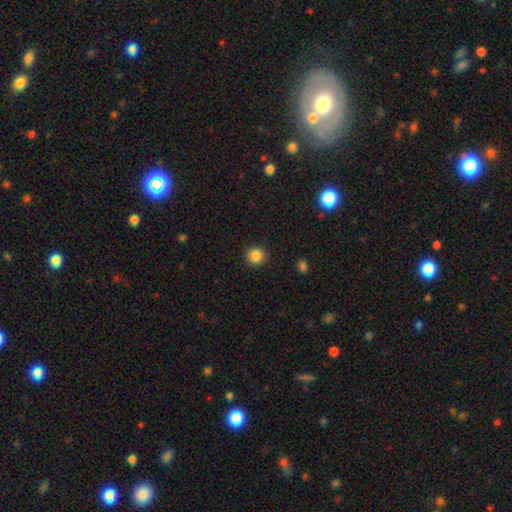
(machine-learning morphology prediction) smooth-or-featured: smooth: 86% | star or artifact: 10% | featured or disk: 4%
  how-rounded: round: 94% | in between: 5% | cigar-shaped: 1%
  merging: none: 91% | minor disturbance: 6% | major disturbance: 2% | merger: 1%